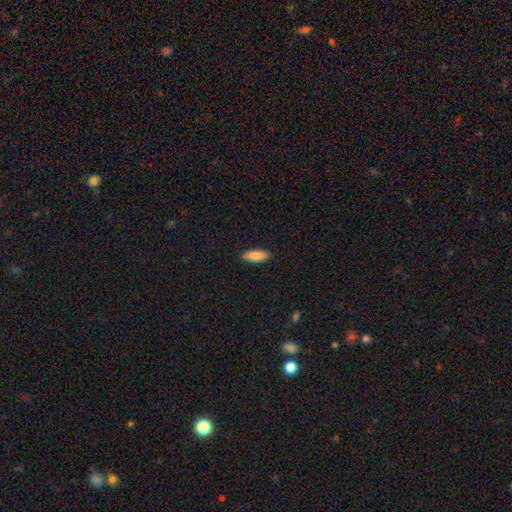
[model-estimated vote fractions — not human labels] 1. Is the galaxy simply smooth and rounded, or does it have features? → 89% smooth, 6% star or artifact, 5% featured or disk.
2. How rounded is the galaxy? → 67% in between, 31% cigar-shaped, 2% round.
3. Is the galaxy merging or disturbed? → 89% none, 8% minor disturbance, 2% major disturbance, 1% merger.